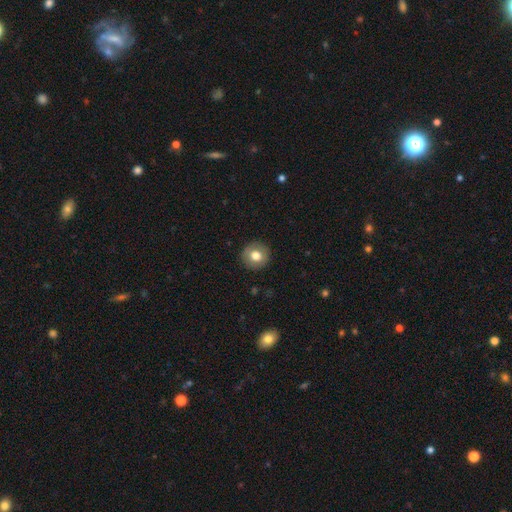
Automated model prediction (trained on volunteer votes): Morphology: type=smooth (75%); roundness=round (92%); merging=none (90%).